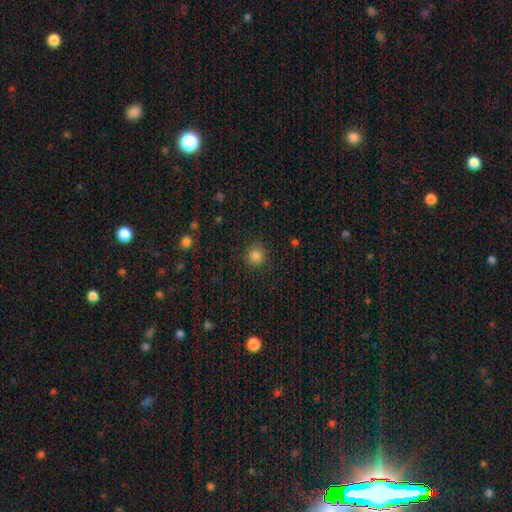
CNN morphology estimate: smooth_or_featured: smooth (p=0.84) [alt: star or artifact p=0.12]
how_rounded: round (p=0.91) [alt: in between p=0.08]
merging: none (p=0.88) [alt: minor disturbance p=0.08]